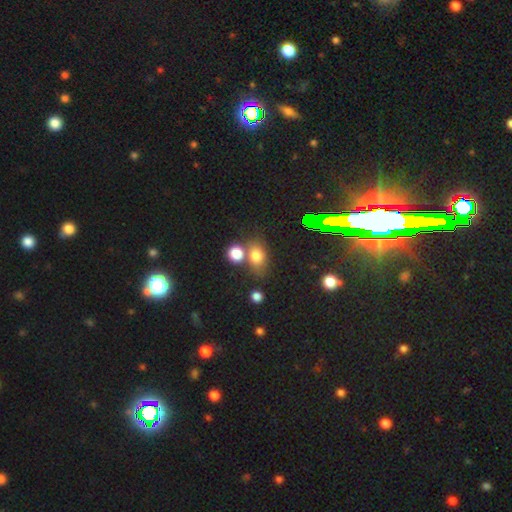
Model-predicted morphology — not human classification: This appears to be a smooth galaxy with no disk features (72%) that is in between round and cigar-shaped (59%). Merging: none (54%).